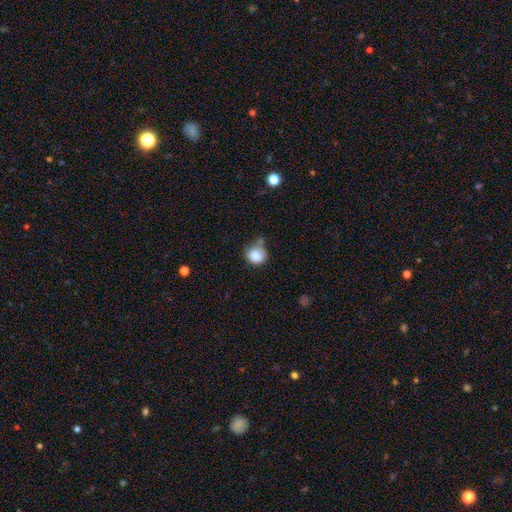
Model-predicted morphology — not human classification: Smooth or featured? smooth (85%)
How rounded? round (83%)
Merging? none (53%)